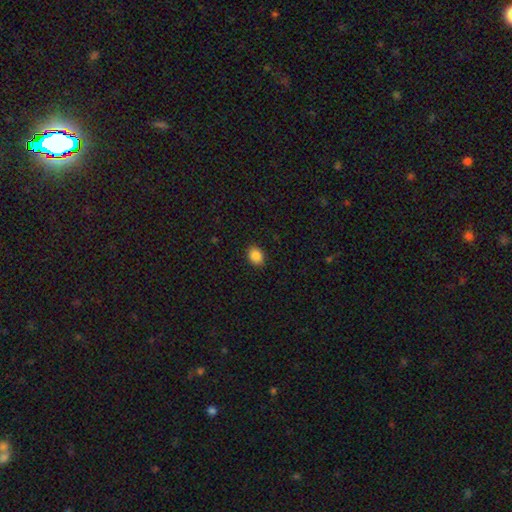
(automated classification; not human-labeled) Morphology: type=smooth (88%); roundness=in between (57%); merging=none (90%).